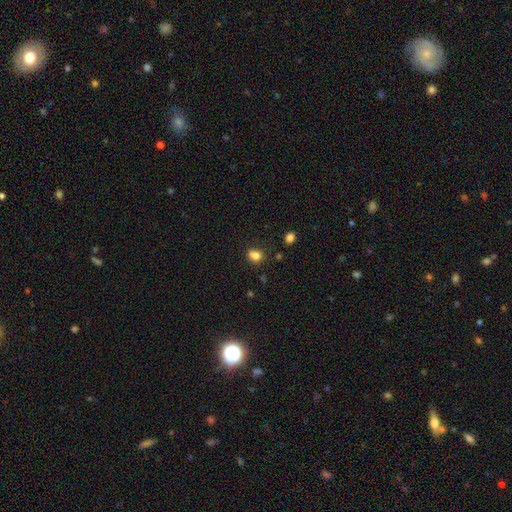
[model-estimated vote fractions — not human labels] Smooth or featured? smooth (79%)
How rounded? round (61%)
Merging? none (57%)